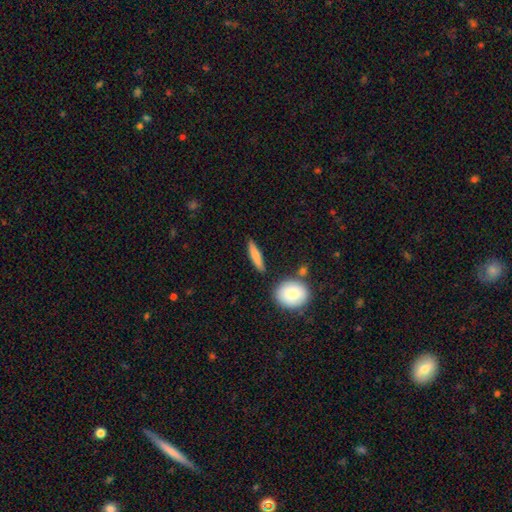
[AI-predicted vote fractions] Overall: smooth (74%). How rounded: cigar-shaped (80%). Merging: none (83%).